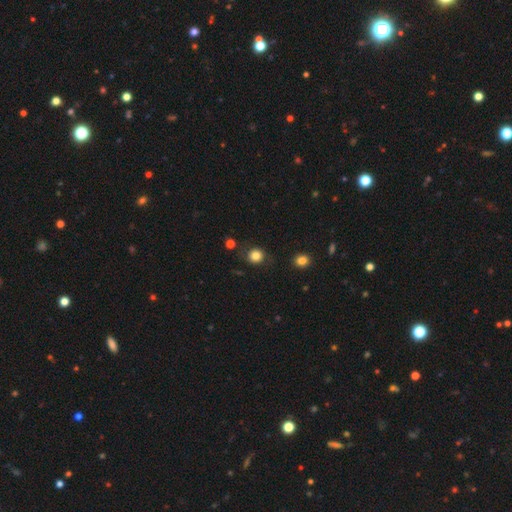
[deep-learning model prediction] smooth 82%, star or artifact 11%, featured or disk 7%. Down the decision tree: how rounded — round (84%); merging — none (79%).